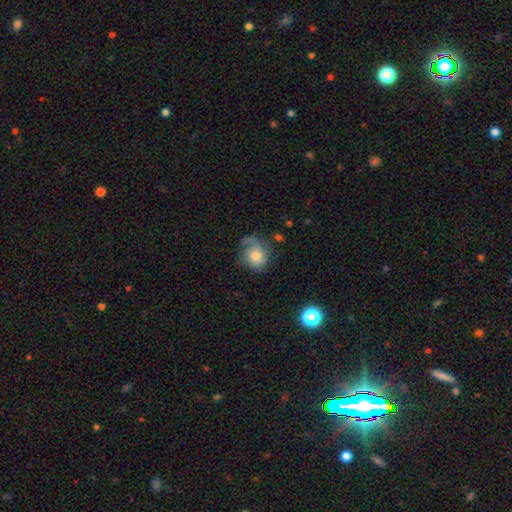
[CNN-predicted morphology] A smooth galaxy with no disk features (59%) that is round (67%).

Vote fractions:
- Smooth or featured? smooth: 59% / featured or disk: 31% / star or artifact: 10%
- How rounded? round: 67% / in between: 32% / cigar-shaped: 1%
- Merging? none: 46% / minor disturbance: 28% / major disturbance: 22% / merger: 4%